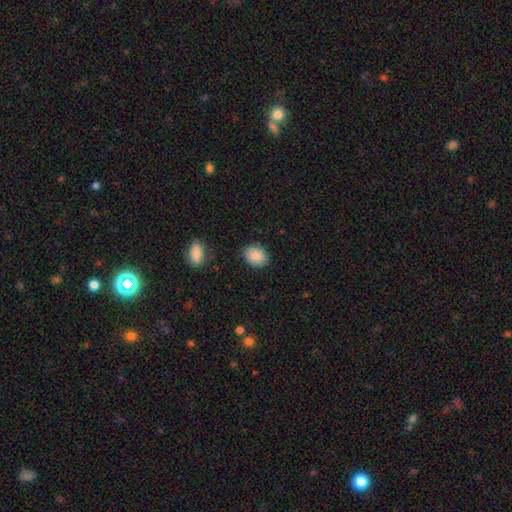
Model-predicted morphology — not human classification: This is clearly a smooth galaxy (89%). How rounded: possibly in between (51%). Merging: clearly none (86%).